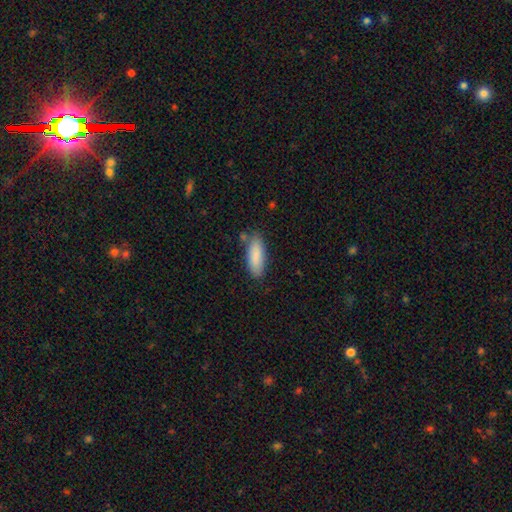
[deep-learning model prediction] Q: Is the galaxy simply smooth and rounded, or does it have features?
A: smooth — 88%.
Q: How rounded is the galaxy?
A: in between — 65%.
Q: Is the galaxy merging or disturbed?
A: none — 78%.